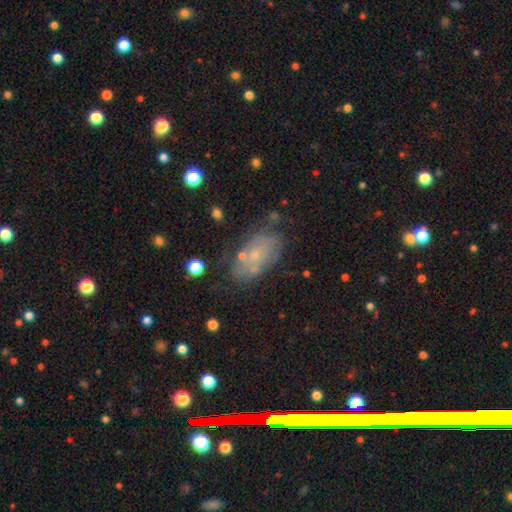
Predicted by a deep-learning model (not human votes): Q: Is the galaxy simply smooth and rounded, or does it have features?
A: smooth — 45%.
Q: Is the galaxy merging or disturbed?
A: none — 59%.